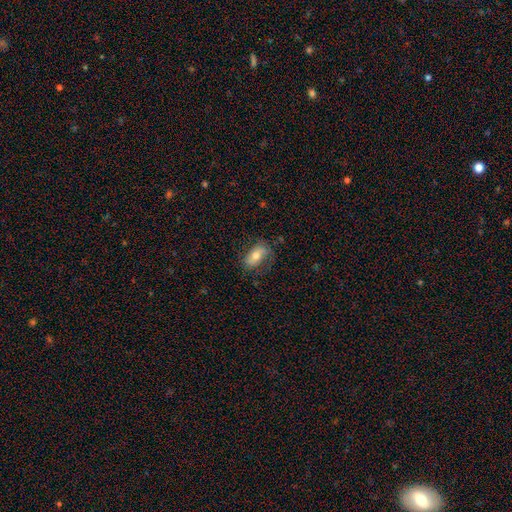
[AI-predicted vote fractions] This is likely a smooth galaxy (62%). How rounded: clearly in between (87%). Merging: likely none (69%).